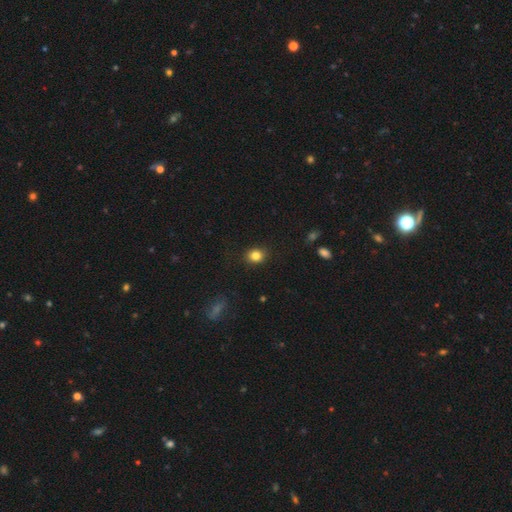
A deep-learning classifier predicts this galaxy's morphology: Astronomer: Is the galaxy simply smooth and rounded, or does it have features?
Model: smooth — 84%.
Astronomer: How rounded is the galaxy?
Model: round — 62%.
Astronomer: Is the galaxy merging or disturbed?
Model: none — 88%.